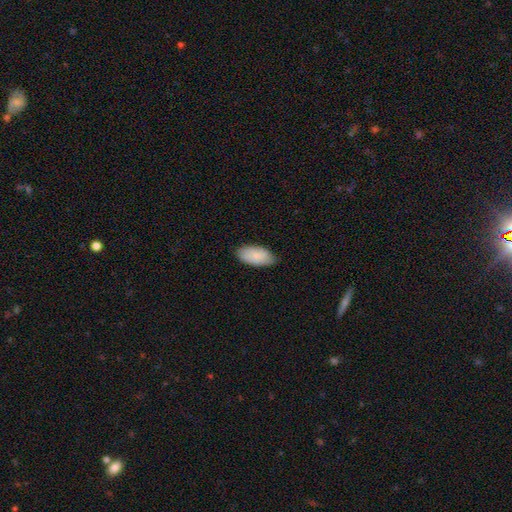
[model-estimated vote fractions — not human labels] This appears to be a smooth galaxy with no disk features (84%) that is in between round and cigar-shaped (94%). Merging: none (78%).